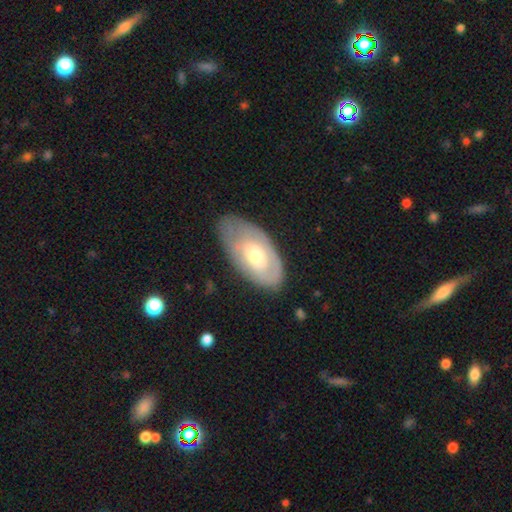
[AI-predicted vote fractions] Smooth or featured?
  - featured or disk: 48% *
  - smooth: 47%
  - star or artifact: 6%
Merging?
  - none: 63% *
  - minor disturbance: 26%
  - major disturbance: 9%
  - merger: 2%